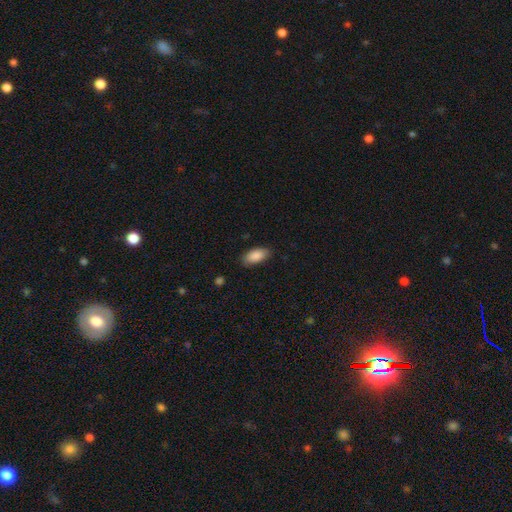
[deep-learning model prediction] Overall: smooth (88%). How rounded: in between (91%). Merging: none (83%).